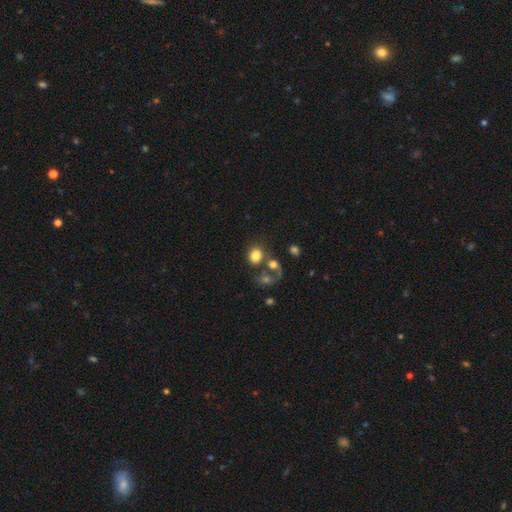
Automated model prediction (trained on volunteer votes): smooth 78%, featured or disk 12%, star or artifact 10%. Down the decision tree: how rounded — round (56%); merging — none (45%).